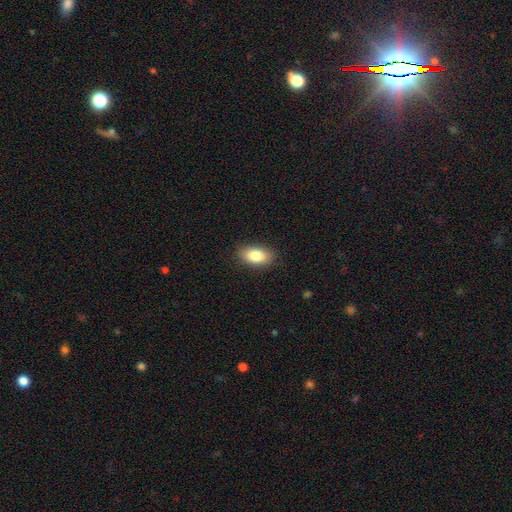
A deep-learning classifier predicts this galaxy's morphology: Smooth or featured?
  - smooth: 84% *
  - featured or disk: 9%
  - star or artifact: 7%
How rounded?
  - in between: 91% *
  - round: 5%
  - cigar-shaped: 4%
Merging?
  - none: 87% *
  - minor disturbance: 9%
  - major disturbance: 2%
  - merger: 1%